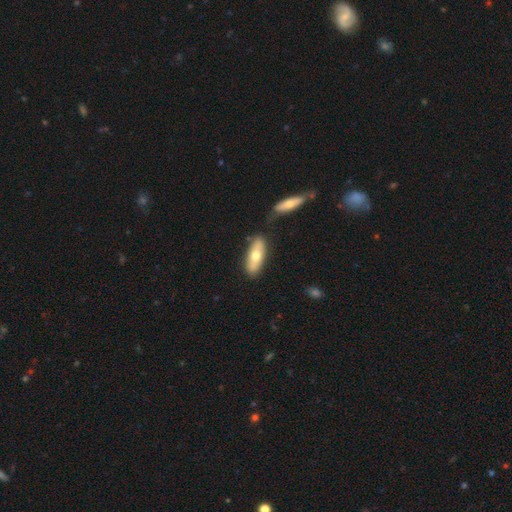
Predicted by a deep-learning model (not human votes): smooth-or-featured: smooth: 62% | featured or disk: 33% | star or artifact: 6%
  how-rounded: in between: 71% | cigar-shaped: 27% | round: 2%
  merging: none: 74% | minor disturbance: 14% | merger: 9% | major disturbance: 3%